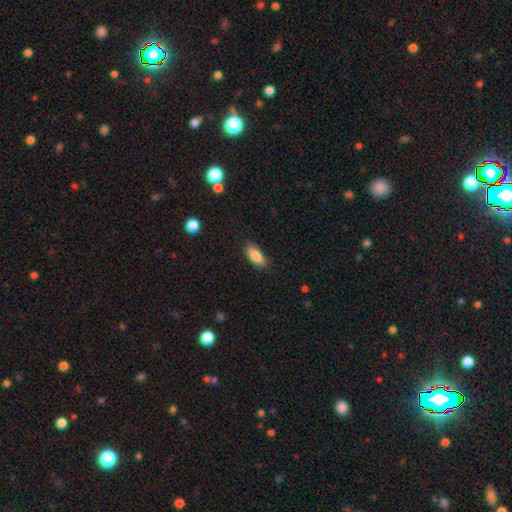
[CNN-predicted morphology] Smooth or featured? smooth (87%)
How rounded? in between (82%)
Merging? none (83%)